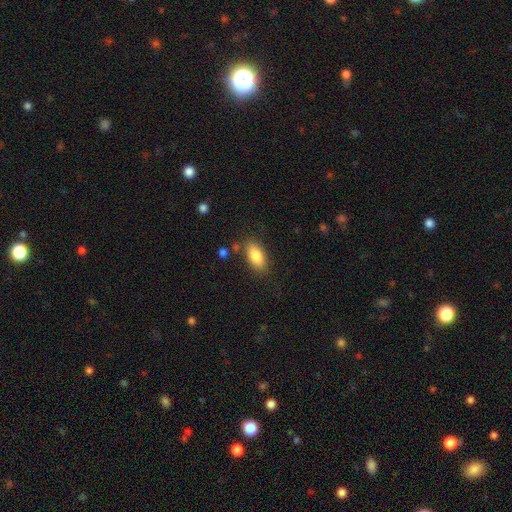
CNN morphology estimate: Overall: smooth (84%). How rounded: in between (89%). Merging: none (81%).